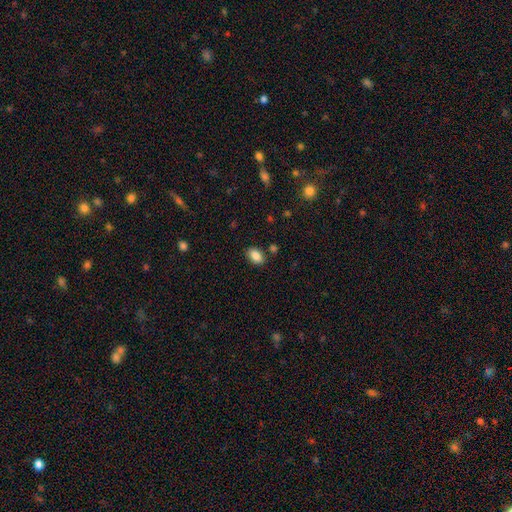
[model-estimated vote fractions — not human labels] A smooth galaxy with no disk features (87%) that is in between round and cigar-shaped (86%).

Vote fractions:
- Smooth or featured? smooth: 87% / star or artifact: 8% / featured or disk: 5%
- How rounded? in between: 86% / round: 13% / cigar-shaped: 1%
- Merging? none: 84% / minor disturbance: 10% / merger: 3% / major disturbance: 3%